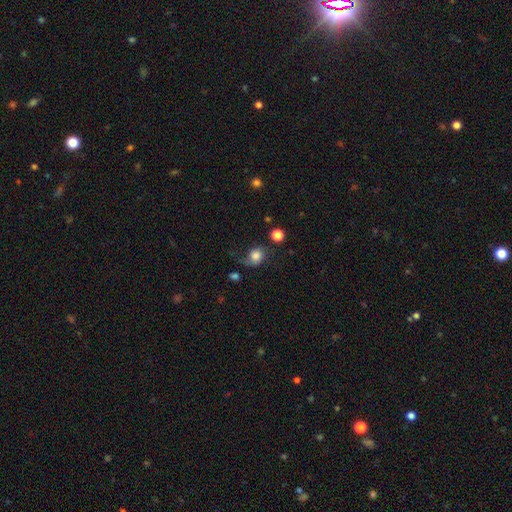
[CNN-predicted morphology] A smooth galaxy with no disk features (76%) that is round (69%). Merging: none (51%).